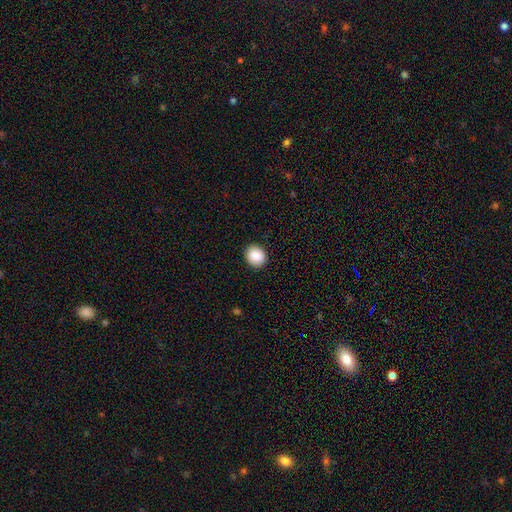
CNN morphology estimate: Q: Smooth or featured?
A: smooth (87%); runner-up: star or artifact (8%)
Q: How rounded?
A: round (69%); runner-up: in between (31%)
Q: Merging?
A: none (91%); runner-up: minor disturbance (6%)